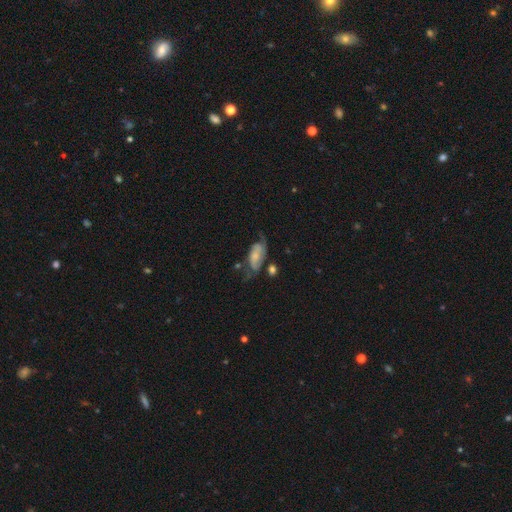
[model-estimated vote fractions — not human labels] Smooth or featured? Predicted: featured or disk (p=0.57). Edge-on disk? Predicted: no (p=0.93). Bar? Predicted: no (p=0.63). Spiral arms? Predicted: yes (p=0.86). Bulge size? Predicted: small (p=0.45). Merging? Predicted: none (p=0.44).